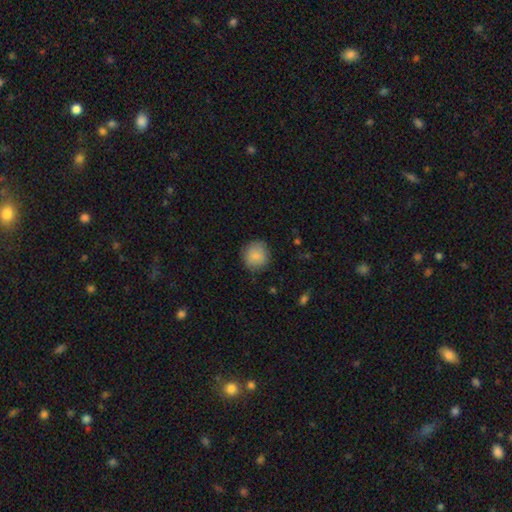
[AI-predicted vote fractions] smooth-or-featured: smooth: 88% | star or artifact: 8% | featured or disk: 5%
  how-rounded: round: 91% | in between: 8% | cigar-shaped: 1%
  merging: none: 85% | minor disturbance: 11% | major disturbance: 3% | merger: 1%